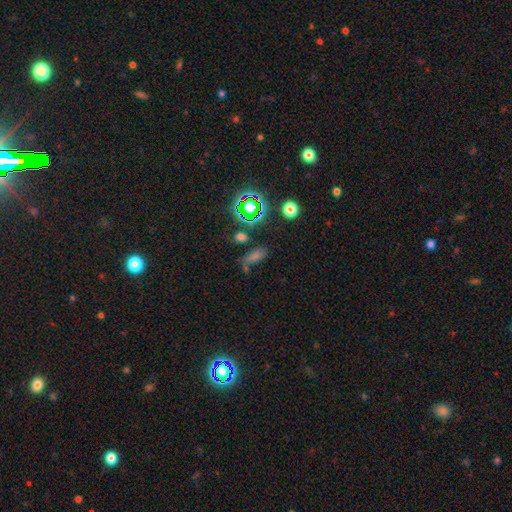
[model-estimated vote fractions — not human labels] smooth-or-featured: star or artifact: 42% | smooth: 41% | featured or disk: 18%